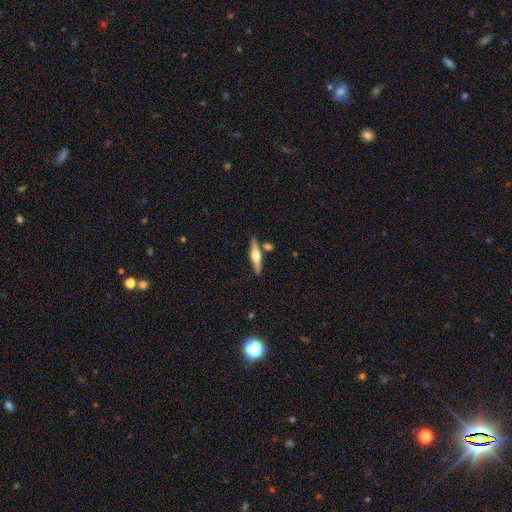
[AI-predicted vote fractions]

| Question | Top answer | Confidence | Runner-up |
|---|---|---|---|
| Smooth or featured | featured or disk | 60% | smooth (35%) |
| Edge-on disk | yes | 96% | no (4%) |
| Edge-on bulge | rounded | 93% | boxy (4%) |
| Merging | none | 80% | minor disturbance (9%) |